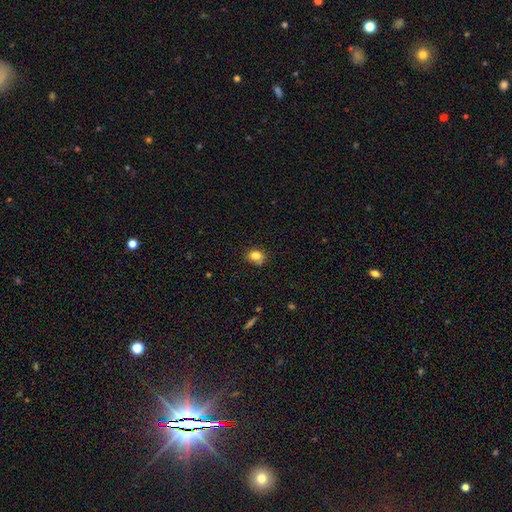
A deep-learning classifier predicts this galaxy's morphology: Smooth or featured? smooth (80%)
How rounded? round (54%)
Merging? none (72%)